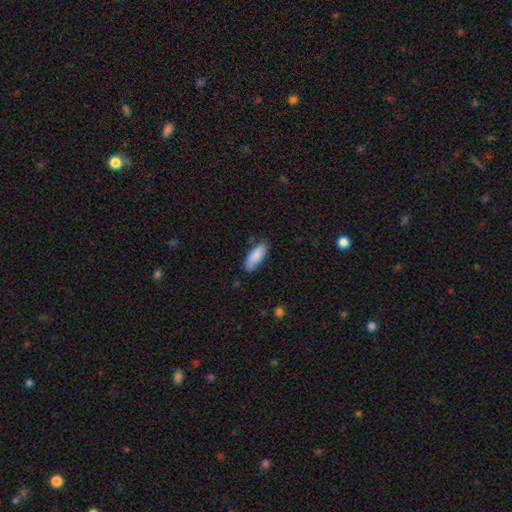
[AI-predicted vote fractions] Smooth or featured?
  - smooth: 88% *
  - star or artifact: 6%
  - featured or disk: 6%
How rounded?
  - in between: 71% *
  - cigar-shaped: 28%
  - round: 2%
Merging?
  - none: 81% *
  - minor disturbance: 15%
  - major disturbance: 3%
  - merger: 2%